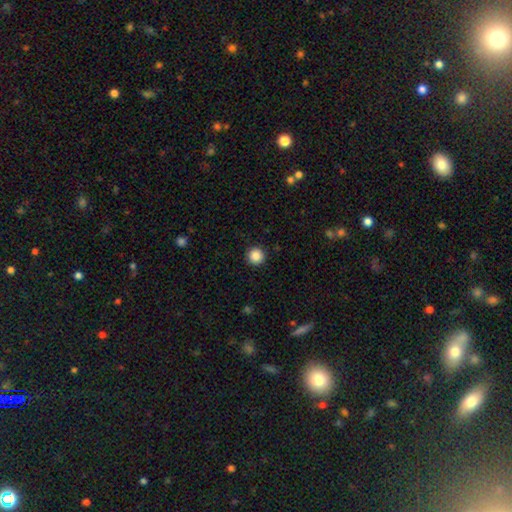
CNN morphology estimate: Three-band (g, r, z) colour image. It shows a smooth galaxy with no disk features (87%) that is round (96%). Merging: none (93%).